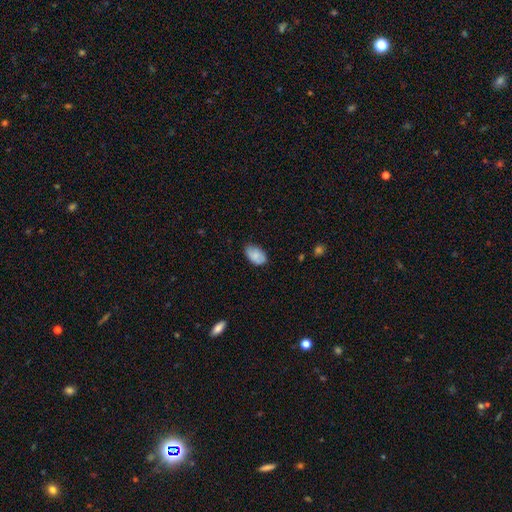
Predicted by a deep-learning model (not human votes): Smooth or featured?
  - smooth: 79% *
  - featured or disk: 14%
  - star or artifact: 7%
How rounded?
  - in between: 92% *
  - round: 7%
  - cigar-shaped: 1%
Merging?
  - none: 73% *
  - minor disturbance: 22%
  - major disturbance: 4%
  - merger: 1%